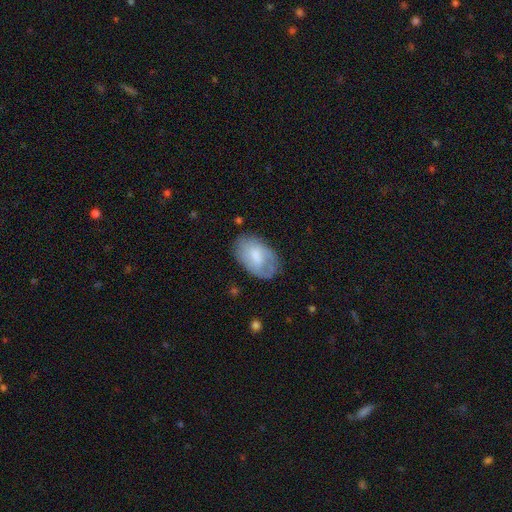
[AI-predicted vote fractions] Overall: smooth (59%; featured or disk 34%). How rounded: in between (92%). Merging: none (64%; minor disturbance 25%).